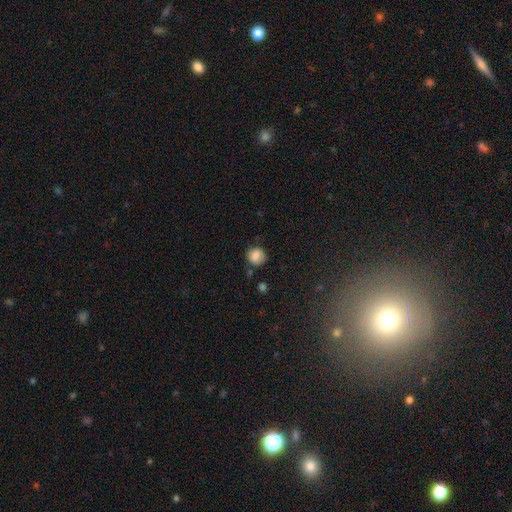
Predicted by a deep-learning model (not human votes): Smooth or featured? Predicted: smooth (p=0.81). How rounded? Predicted: round (p=0.79). Merging? Predicted: none (p=0.69).